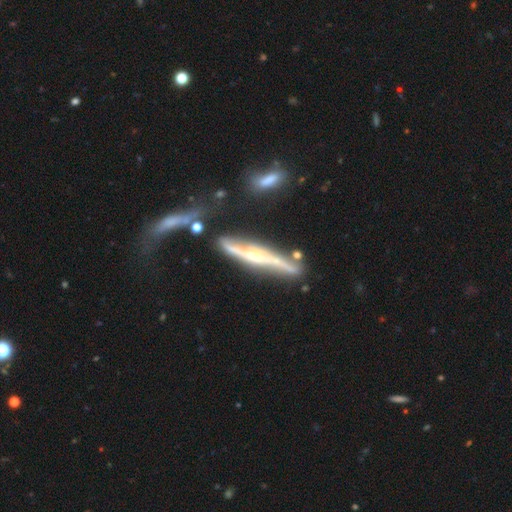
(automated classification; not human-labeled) A featured or disk galaxy (81%) viewed edge-on (81%) with a rounded central bulge (72%). Merging: none (55%).